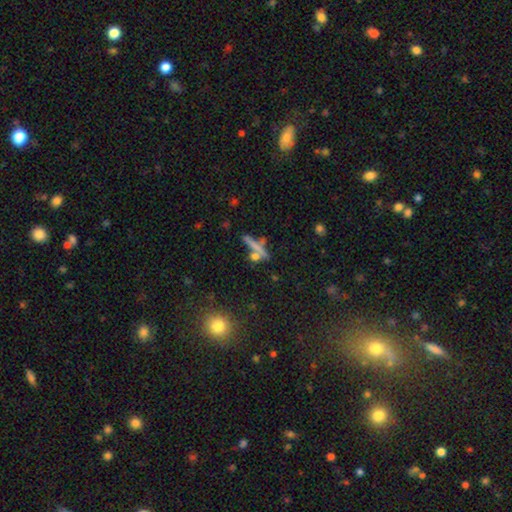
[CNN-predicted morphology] Smooth or featured? smooth (55%)
How rounded? cigar-shaped (73%)
Merging? none (57%)